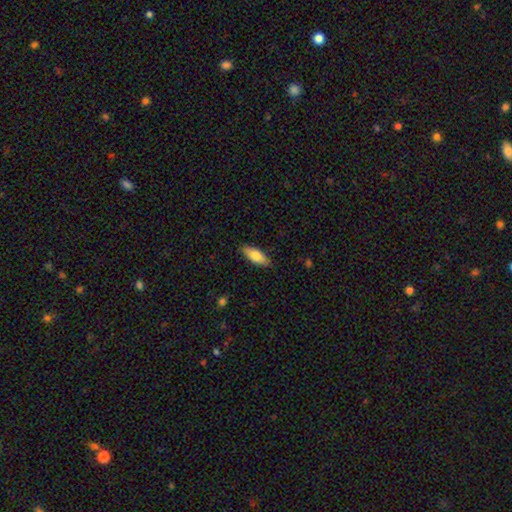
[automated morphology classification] Smooth or featured? Predicted: smooth (p=0.75). How rounded? Predicted: in between (p=0.73). Merging? Predicted: none (p=0.88).